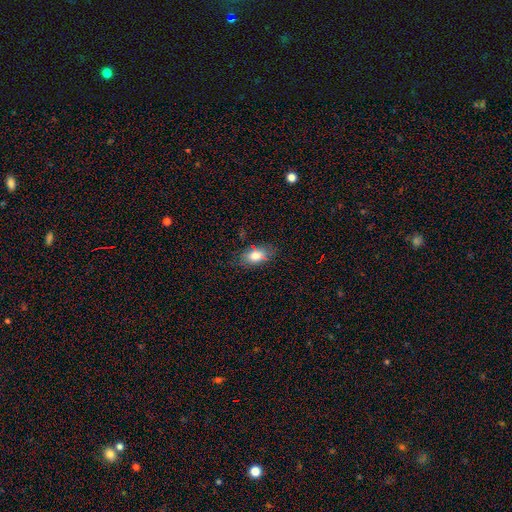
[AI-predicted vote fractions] Q: Smooth or featured?
A: smooth (80%); runner-up: featured or disk (10%)
Q: How rounded?
A: in between (87%); runner-up: round (8%)
Q: Merging?
A: none (75%); runner-up: minor disturbance (18%)